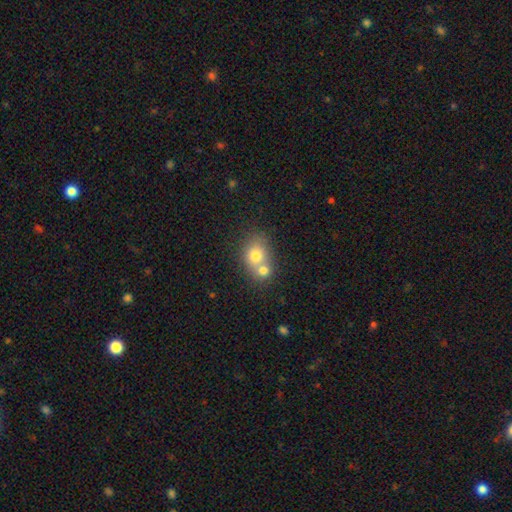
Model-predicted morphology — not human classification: This appears to be a smooth galaxy with no disk features (73%) that is round (59%). Merging: merger (60%).